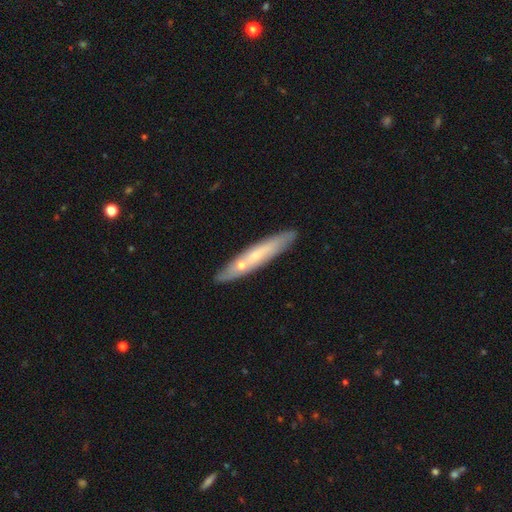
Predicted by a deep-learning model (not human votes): This appears to be a smooth galaxy with no disk features (47%). Merging: none (78%).